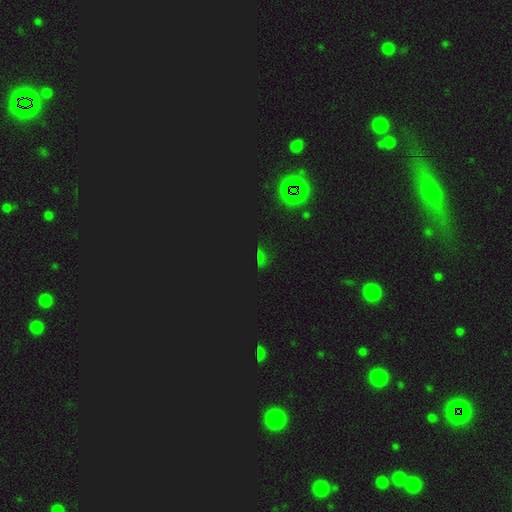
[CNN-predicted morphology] A star or artifact, not a galaxy (73%).

Vote fractions:
- Smooth or featured? star or artifact: 73% / smooth: 20% / featured or disk: 8%